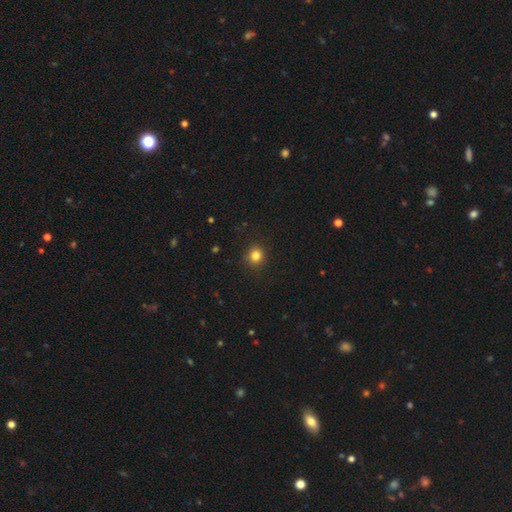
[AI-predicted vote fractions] Smooth or featured? smooth (83%)
How rounded? round (88%)
Merging? none (90%)